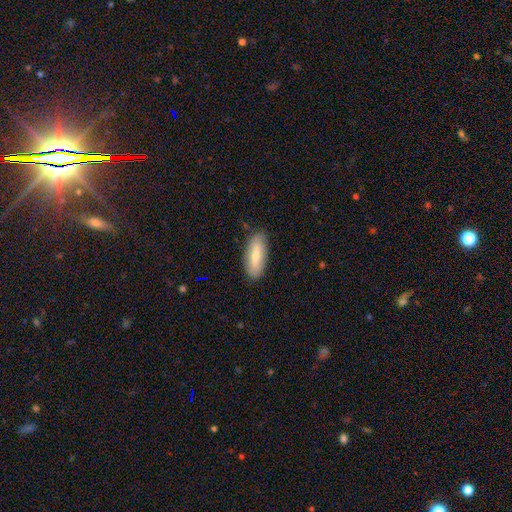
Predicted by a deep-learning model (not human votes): Smooth or featured? smooth (69%)
How rounded? in between (71%)
Merging? none (85%)